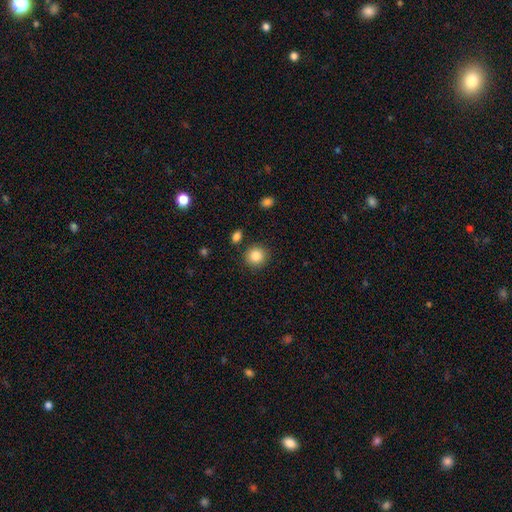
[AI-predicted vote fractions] smooth-or-featured: smooth: 85% | star or artifact: 9% | featured or disk: 6%
  how-rounded: round: 91% | in between: 8% | cigar-shaped: 1%
  merging: none: 88% | minor disturbance: 7% | merger: 3% | major disturbance: 2%